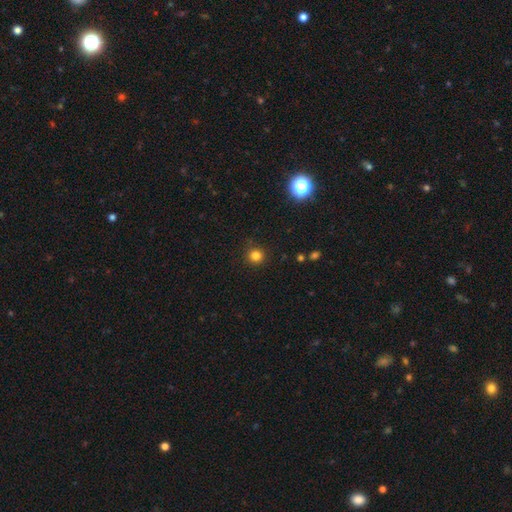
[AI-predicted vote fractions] Smooth or featured?
  - smooth: 81% *
  - star or artifact: 14%
  - featured or disk: 4%
How rounded?
  - round: 94% *
  - in between: 5%
  - cigar-shaped: 1%
Merging?
  - none: 90% *
  - minor disturbance: 7%
  - major disturbance: 2%
  - merger: 1%